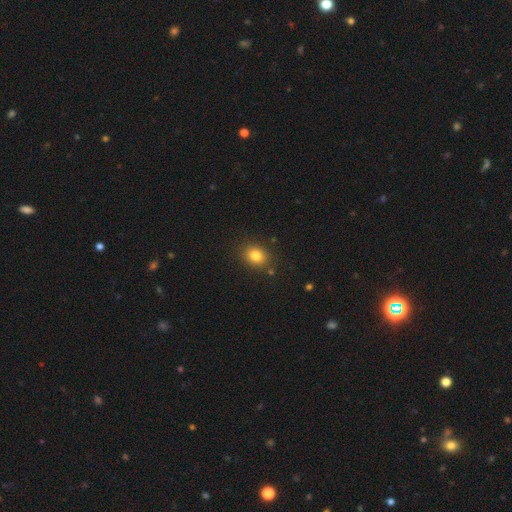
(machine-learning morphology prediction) This appears to be a smooth galaxy with no disk features (82%) that is round (53%). Merging: none (84%).